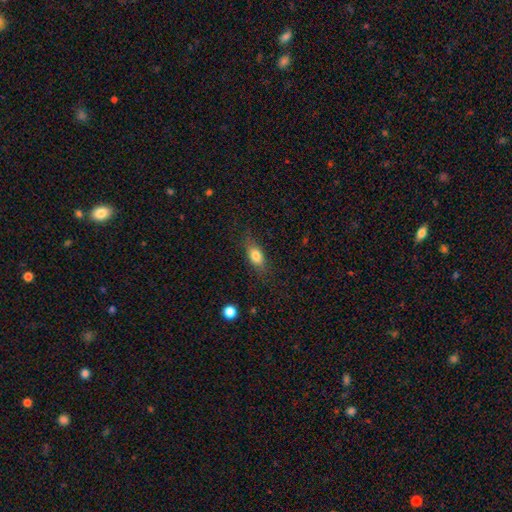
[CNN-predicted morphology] smooth_or_featured: smooth (p=0.77) [alt: featured or disk p=0.14]
how_rounded: in between (p=0.77) [alt: cigar-shaped p=0.13]
merging: none (p=0.74) [alt: minor disturbance p=0.18]